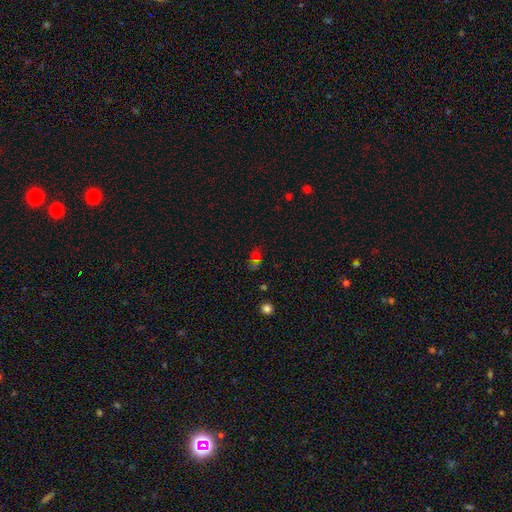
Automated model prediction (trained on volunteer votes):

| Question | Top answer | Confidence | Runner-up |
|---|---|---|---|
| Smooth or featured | smooth | 54% | star or artifact (33%) |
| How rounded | in between | 81% | round (13%) |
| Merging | none | 64% | minor disturbance (20%) |